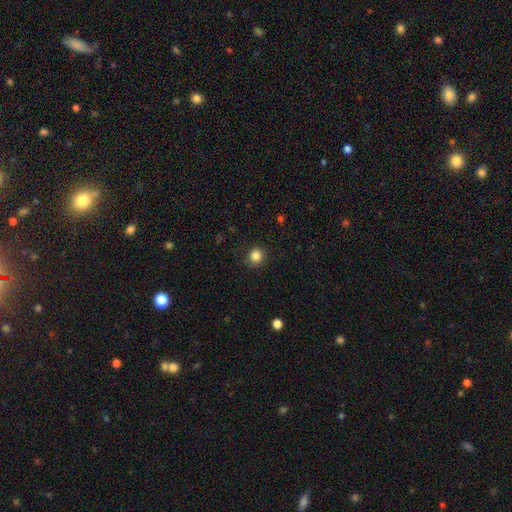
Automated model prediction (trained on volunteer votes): This is clearly a smooth galaxy (84%). How rounded: clearly round (89%). Merging: clearly none (86%).